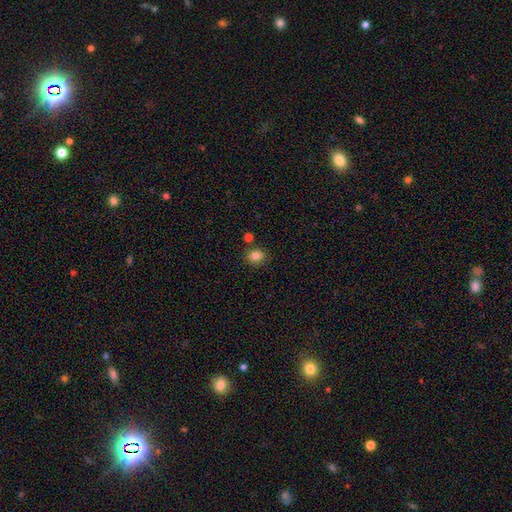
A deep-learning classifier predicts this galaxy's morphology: Smooth or featured? smooth (82%)
How rounded? round (60%)
Merging? none (79%)